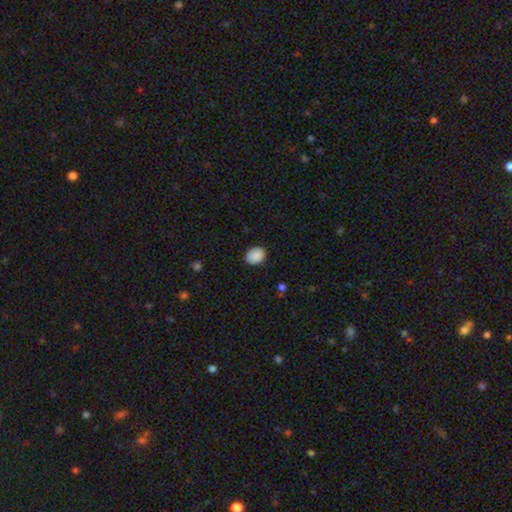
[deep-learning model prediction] smooth 89%, star or artifact 8%, featured or disk 3%. Down the decision tree: how rounded — round (50%); merging — none (87%).